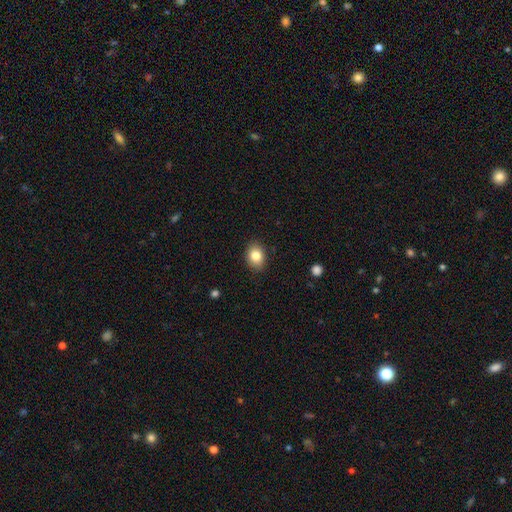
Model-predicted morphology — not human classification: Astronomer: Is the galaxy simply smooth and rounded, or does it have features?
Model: smooth — 83%.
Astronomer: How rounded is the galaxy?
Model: in between — 60% (runner-up: round, 39%).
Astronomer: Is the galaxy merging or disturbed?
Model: none — 88%.